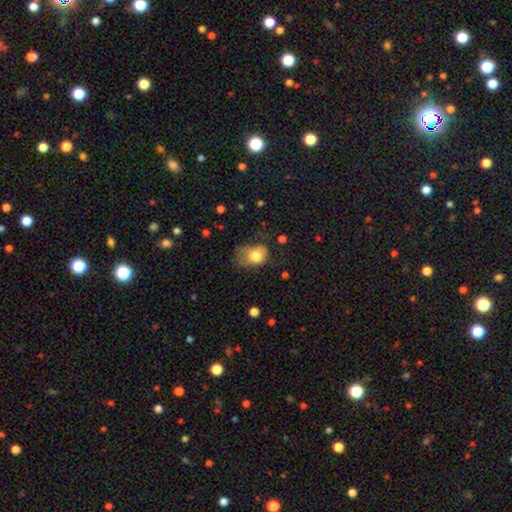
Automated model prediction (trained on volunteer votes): smooth-or-featured: smooth: 74% | featured or disk: 17% | star or artifact: 9%
  how-rounded: in between: 66% | round: 33% | cigar-shaped: 1%
  merging: minor disturbance: 35% | major disturbance: 33% | none: 29% | merger: 3%